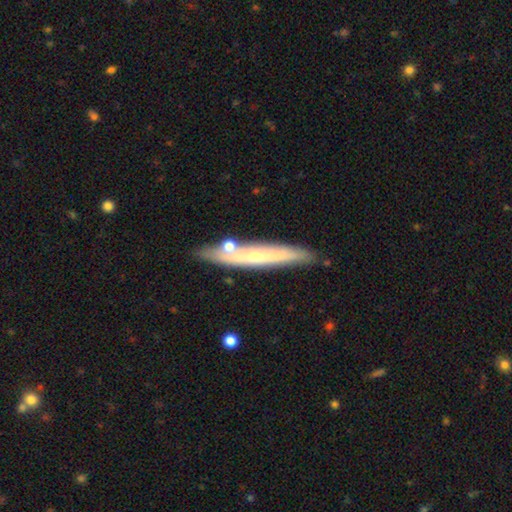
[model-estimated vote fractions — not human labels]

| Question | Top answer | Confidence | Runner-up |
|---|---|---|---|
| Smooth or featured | featured or disk | 52% | smooth (41%) |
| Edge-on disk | yes | 84% | no (16%) |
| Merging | none | 78% | minor disturbance (13%) |